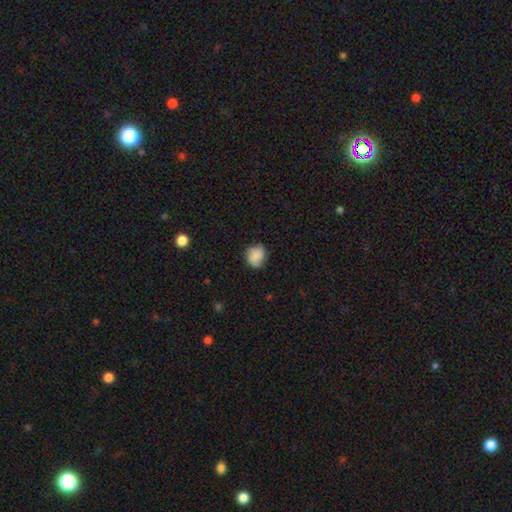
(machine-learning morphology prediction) smooth 79%, featured or disk 12%, star or artifact 9%. Down the decision tree: how rounded — round (68%); merging — none (70%).